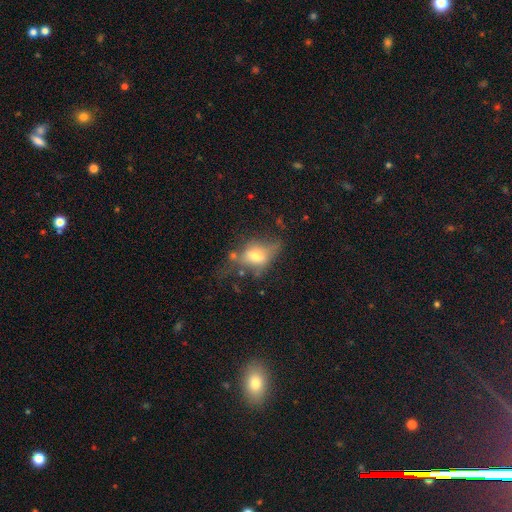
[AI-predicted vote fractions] A smooth galaxy with no disk features (50%).

Vote fractions:
- Smooth or featured? smooth: 50% / featured or disk: 38% / star or artifact: 12%
- Merging? none: 37% / major disturbance: 30% / minor disturbance: 26% / merger: 7%